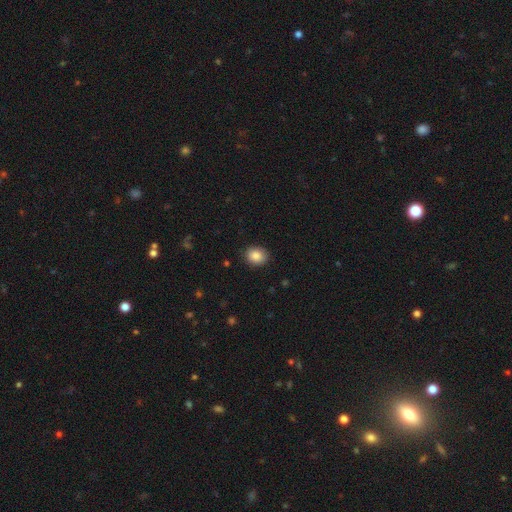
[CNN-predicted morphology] A smooth galaxy with no disk features (87%) that is round (60%). Merging: none (86%).